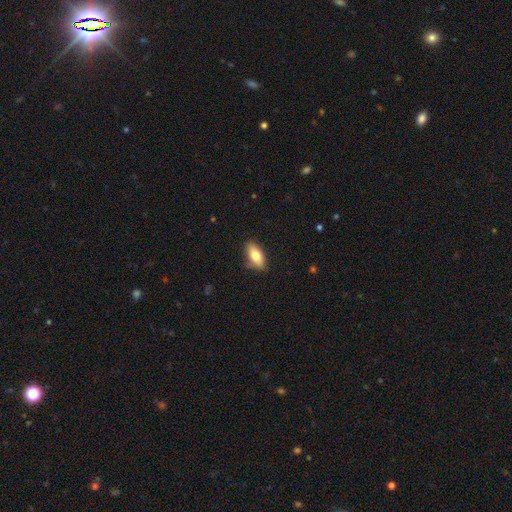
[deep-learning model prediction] This appears to be a smooth galaxy with no disk features (75%) that is in between round and cigar-shaped (86%). Merging: none (81%).